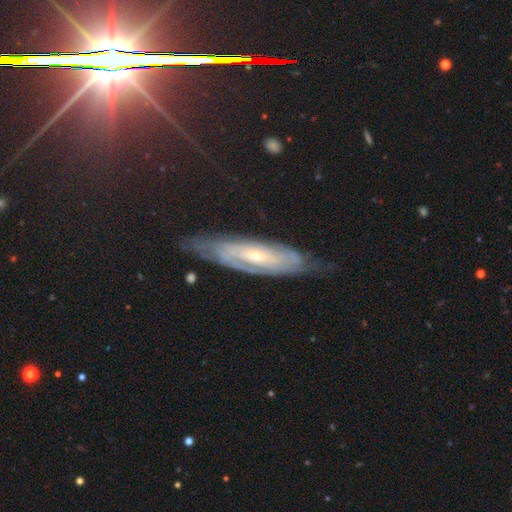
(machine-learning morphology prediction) Smooth or featured? featured or disk (78%)
Edge-on disk? no (73%)
Bar? no (56%)
Spiral arms? yes (87%)
Bulge size? small (62%)
Merging? none (69%)